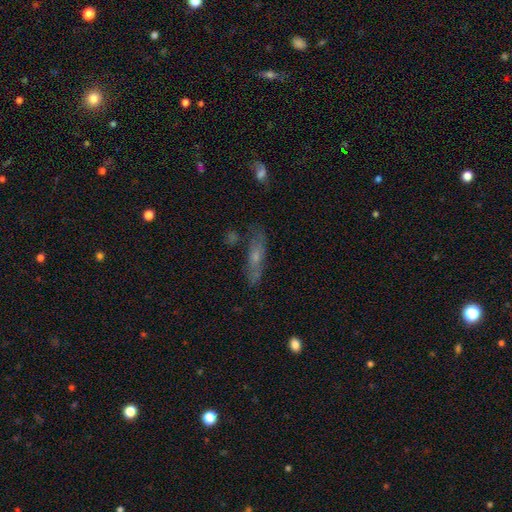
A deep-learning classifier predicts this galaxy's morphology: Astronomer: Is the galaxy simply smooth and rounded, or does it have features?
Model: smooth — 46% (runner-up: featured or disk, 43%).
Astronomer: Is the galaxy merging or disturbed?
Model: none — 67%.